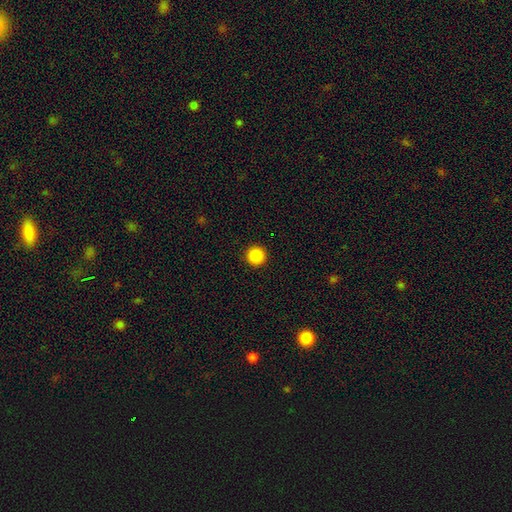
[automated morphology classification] Smooth or featured? smooth (88%)
How rounded? round (96%)
Merging? none (93%)